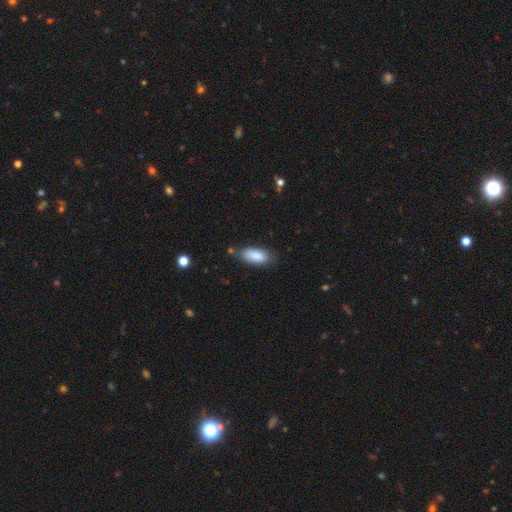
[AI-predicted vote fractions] The model was most divided on "merging": none: 74%, minor disturbance: 19%, major disturbance: 4%, merger: 3%. More confident: how rounded — in between (88%); smooth or featured — smooth (88%).